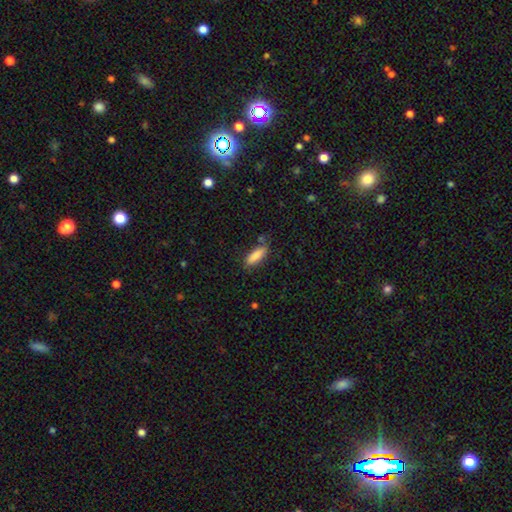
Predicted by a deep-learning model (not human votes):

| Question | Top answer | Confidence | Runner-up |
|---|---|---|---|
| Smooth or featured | smooth | 85% | featured or disk (8%) |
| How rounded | in between | 54% | cigar-shaped (44%) |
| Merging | none | 74% | minor disturbance (18%) |